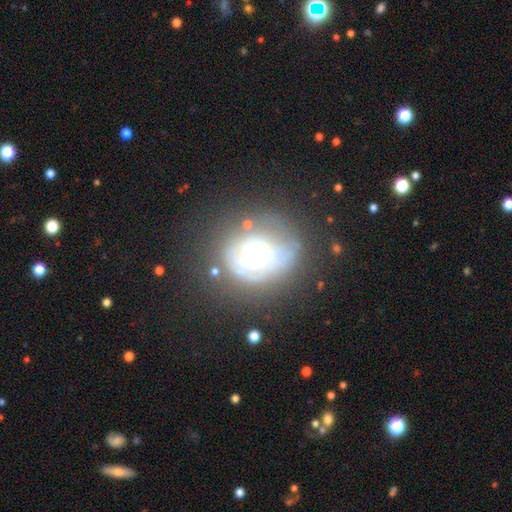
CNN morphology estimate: A featured or disk galaxy (59%) with no bar (82%), no spiral arms (51%) and a moderate central bulge (57%).

Vote fractions:
- Smooth or featured? featured or disk: 59% / smooth: 30% / star or artifact: 11%
- Edge-on disk? no: 96% / yes: 4%
- Bar? no: 82% / weak: 14% / strong: 4%
- Spiral arms? no: 51% / yes: 49%
- Bulge size? moderate: 57% / large: 26% / small: 11% / dominant: 4% / none: 2%
- Merging? none: 55% / minor disturbance: 23% / major disturbance: 19% / merger: 4%